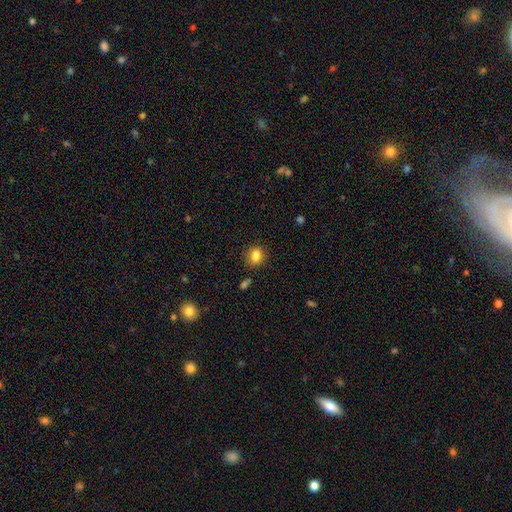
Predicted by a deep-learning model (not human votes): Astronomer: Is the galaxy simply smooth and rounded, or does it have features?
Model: smooth — 84%.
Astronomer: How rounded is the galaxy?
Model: in between — 53% (runner-up: round, 46%).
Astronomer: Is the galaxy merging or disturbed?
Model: none — 82%.